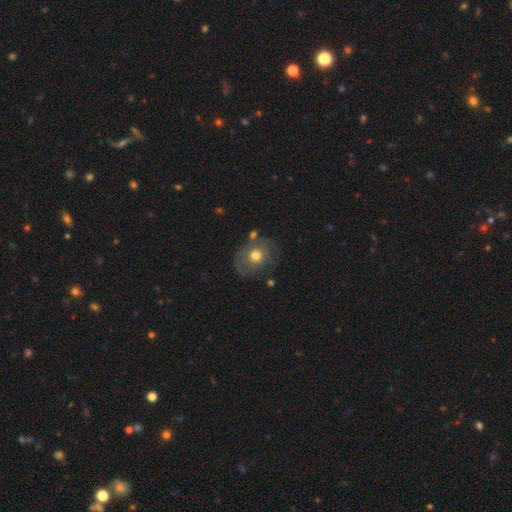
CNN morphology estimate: smooth 47%, featured or disk 45%, star or artifact 9%. Down the decision tree: merging — none (65%).